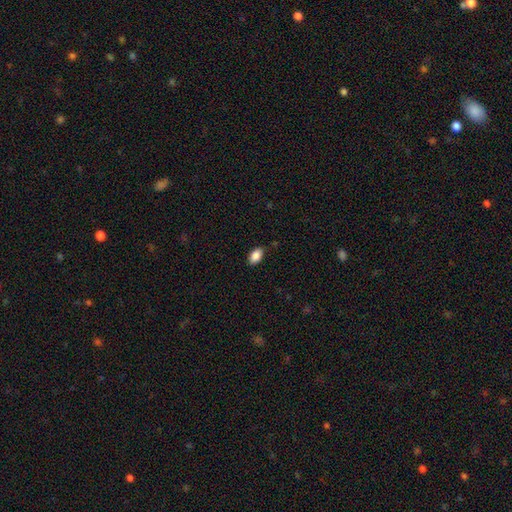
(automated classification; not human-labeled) This is clearly a smooth galaxy (88%). How rounded: clearly in between (93%). Merging: clearly none (86%).